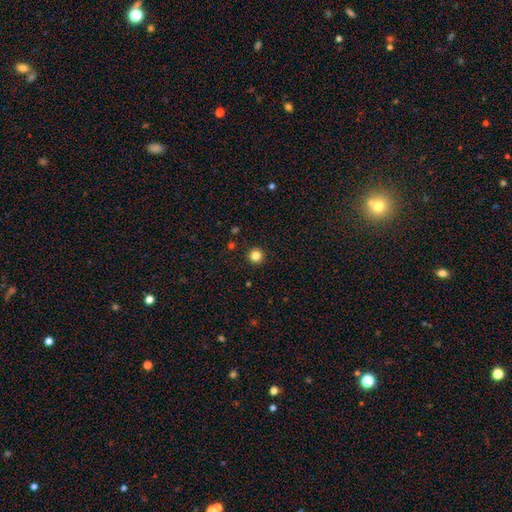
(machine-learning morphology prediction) Smooth or featured?
  - smooth: 84% *
  - star or artifact: 12%
  - featured or disk: 4%
How rounded?
  - round: 96% *
  - in between: 3%
  - cigar-shaped: 1%
Merging?
  - none: 93% *
  - minor disturbance: 4%
  - major disturbance: 2%
  - merger: 1%